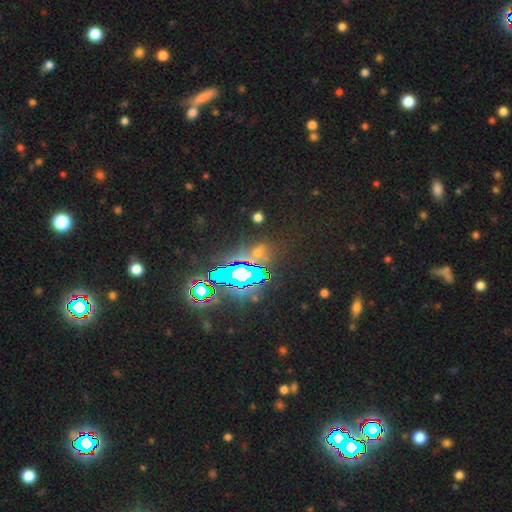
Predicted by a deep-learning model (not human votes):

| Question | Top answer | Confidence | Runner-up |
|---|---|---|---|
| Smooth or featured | star or artifact | 69% | smooth (21%) |